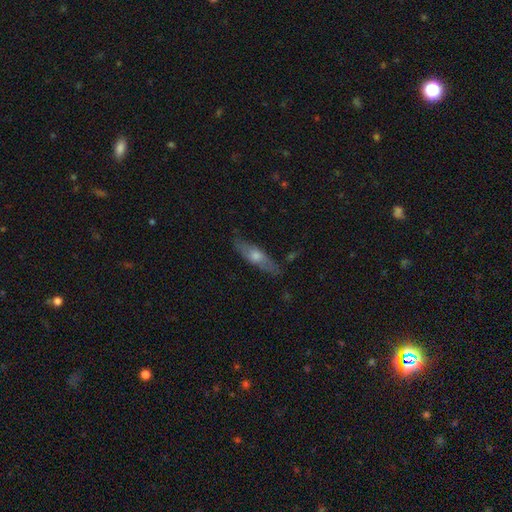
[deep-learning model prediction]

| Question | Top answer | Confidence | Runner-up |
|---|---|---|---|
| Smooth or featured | featured or disk | 51% | smooth (42%) |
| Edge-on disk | yes | 76% | no (24%) |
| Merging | none | 82% | minor disturbance (14%) |